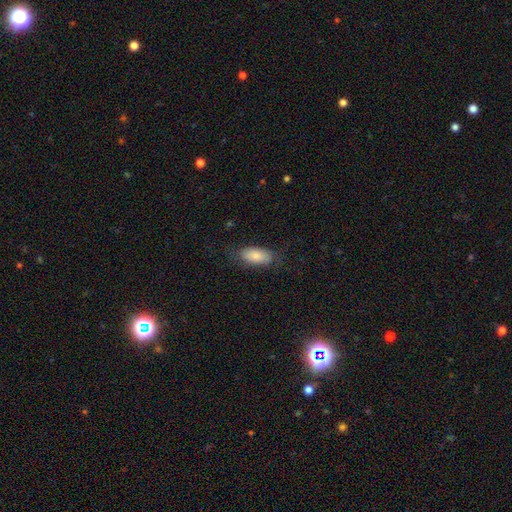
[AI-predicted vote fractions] A smooth galaxy with no disk features (79%) that is in between round and cigar-shaped (90%). Merging: none (71%).